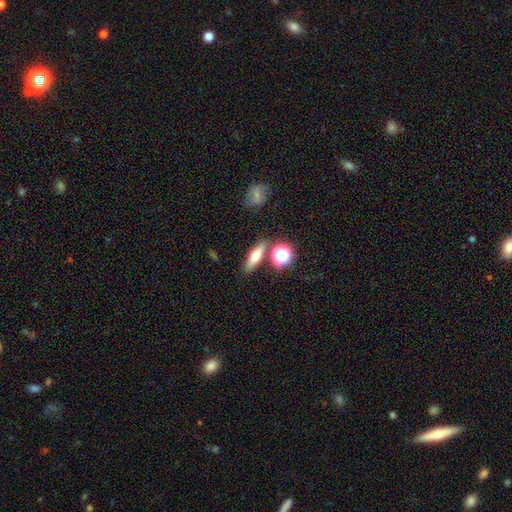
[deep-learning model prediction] A smooth galaxy with no disk features (58%) that is cigar-shaped (51%).

Vote fractions:
- Smooth or featured? smooth: 58% / featured or disk: 30% / star or artifact: 12%
- How rounded? cigar-shaped: 51% / in between: 38% / round: 11%
- Merging? none: 79% / merger: 9% / minor disturbance: 9% / major disturbance: 3%